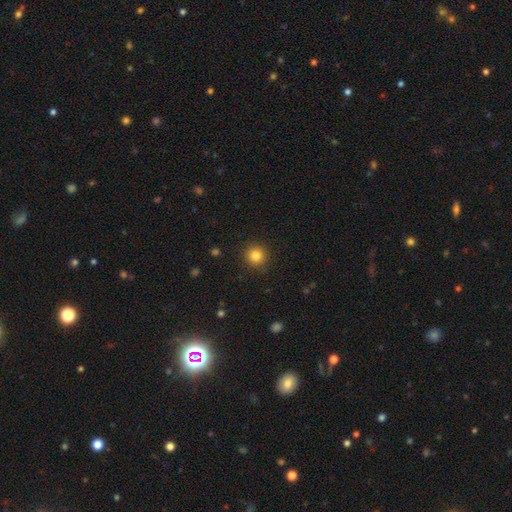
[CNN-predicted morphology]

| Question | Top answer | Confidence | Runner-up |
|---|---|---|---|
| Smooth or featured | smooth | 84% | star or artifact (11%) |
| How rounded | round | 94% | in between (5%) |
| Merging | none | 90% | minor disturbance (7%) |